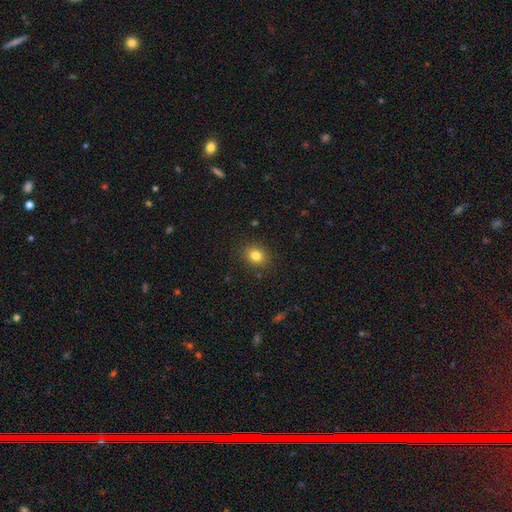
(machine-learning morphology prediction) The model was most divided on "how rounded": round: 68%, in between: 31%, cigar-shaped: 1%. More confident: merging — none (89%); smooth or featured — smooth (81%).